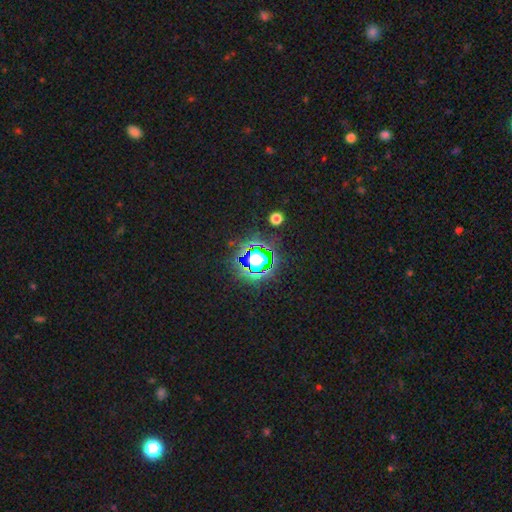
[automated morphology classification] This appears to be a star or artifact, not a galaxy (78%).